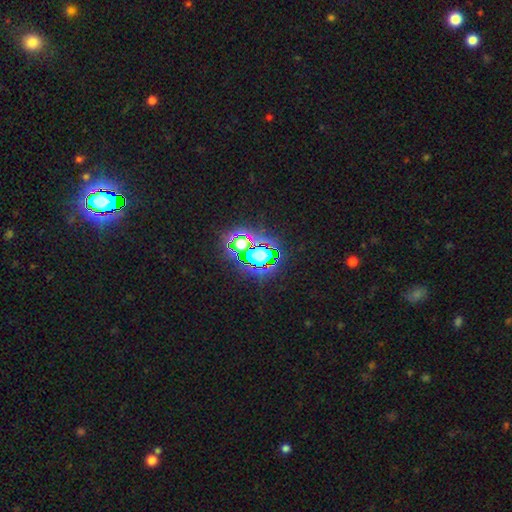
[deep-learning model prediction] This is likely a star or artifact rather than a galaxy (71%).